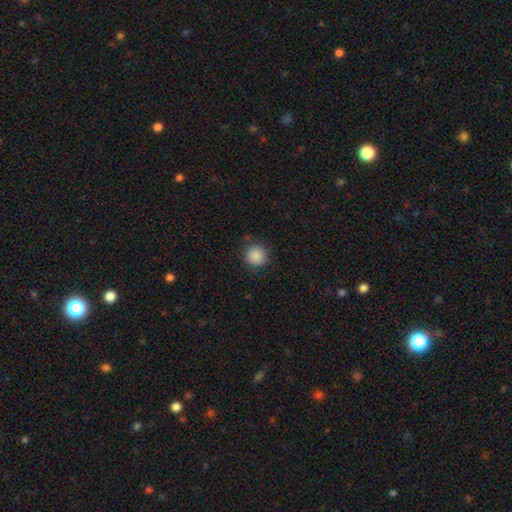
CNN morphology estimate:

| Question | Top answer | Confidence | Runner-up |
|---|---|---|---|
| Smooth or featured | smooth | 87% | star or artifact (9%) |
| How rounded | round | 91% | in between (8%) |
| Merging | none | 84% | minor disturbance (11%) |